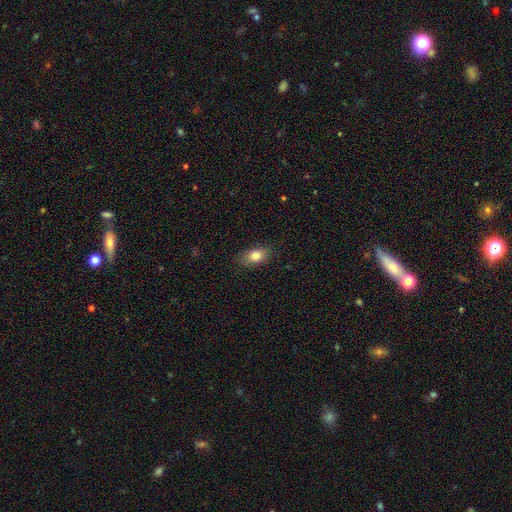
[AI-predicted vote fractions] smooth_or_featured: smooth (p=0.81) [alt: featured or disk p=0.11]
how_rounded: in between (p=0.85) [alt: round p=0.11]
merging: none (p=0.84) [alt: minor disturbance p=0.12]